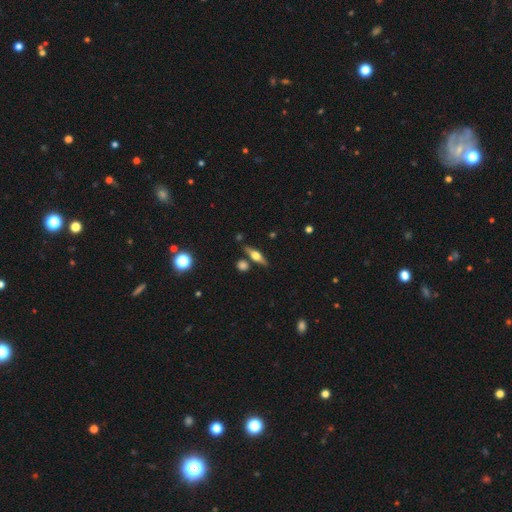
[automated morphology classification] Smooth or featured? featured or disk (59%)
Edge-on disk? yes (94%)
Edge-on bulge? rounded (92%)
Merging? none (79%)